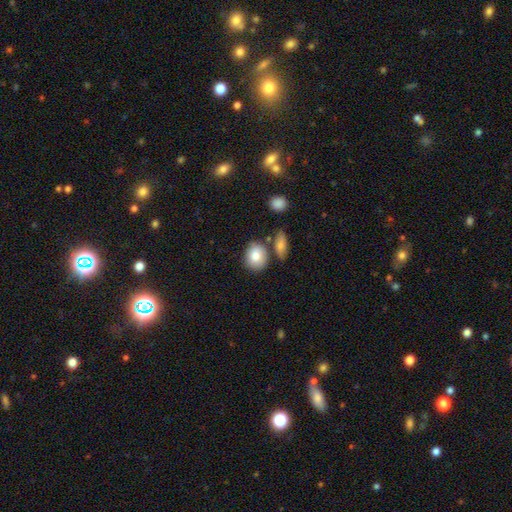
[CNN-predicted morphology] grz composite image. It shows a smooth galaxy with no disk features (82%) that is round (64%). Merging: none (72%).